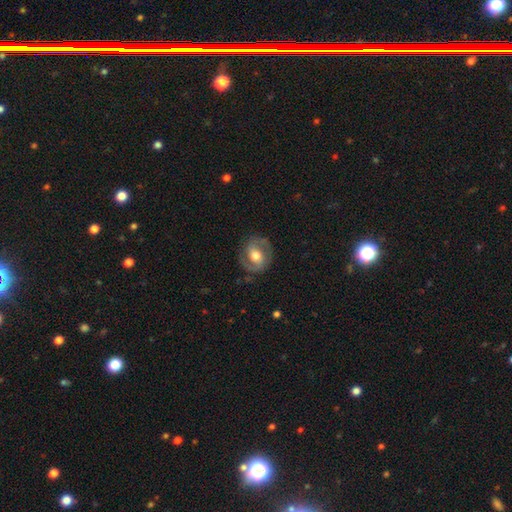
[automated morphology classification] smooth-or-featured: featured or disk: 73% | smooth: 21% | star or artifact: 6%
  disk-edge-on: no: 97% | yes: 3%
    bar: weak: 42% | no: 37% | strong: 21%
    has-spiral-arms: yes: 87% | no: 13%
      spiral-winding: medium: 51% | tight: 30% | loose: 19%
      spiral-arm-count: 2: 88% | can't tell: 5% | 1: 4% | 3: 1% | 4: 1% | more than 4: 1%
    bulge-size: moderate: 71% | large: 15% | small: 11% | dominant: 1% | none: 1%
  merging: none: 80% | minor disturbance: 13% | major disturbance: 6% | merger: 1%